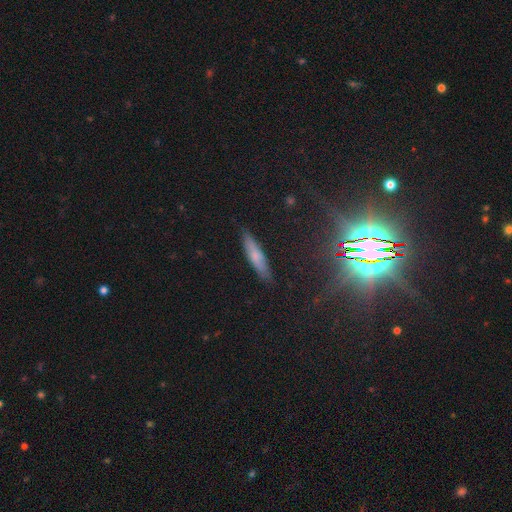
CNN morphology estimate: This appears to be a smooth galaxy with no disk features (65%) that is cigar-shaped (84%). Merging: none (87%).